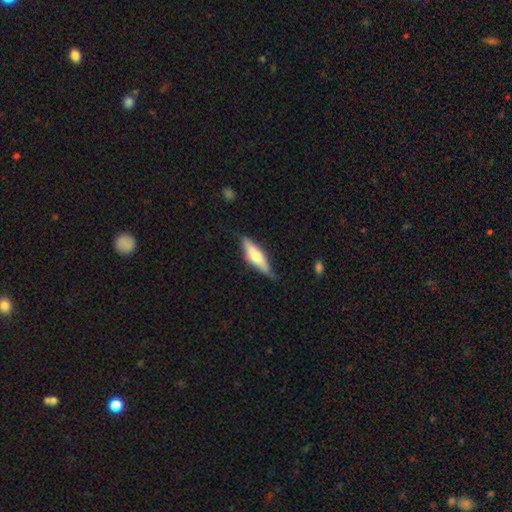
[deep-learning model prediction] A smooth galaxy with no disk features (47%, tied with featured or disk). Merging: none (76%).